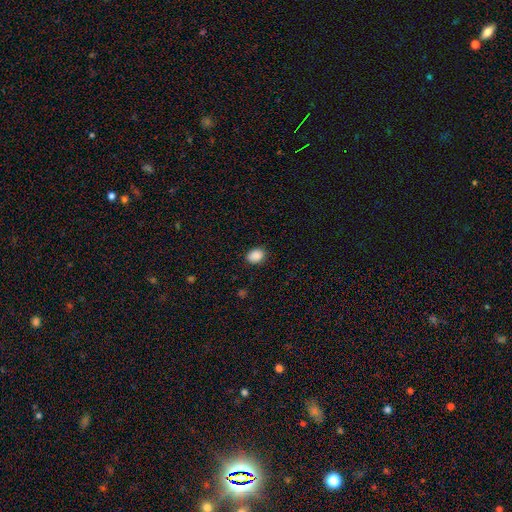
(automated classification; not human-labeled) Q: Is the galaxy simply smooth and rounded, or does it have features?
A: smooth — 89%.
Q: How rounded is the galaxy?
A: in between — 57%.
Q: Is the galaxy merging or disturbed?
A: none — 87%.